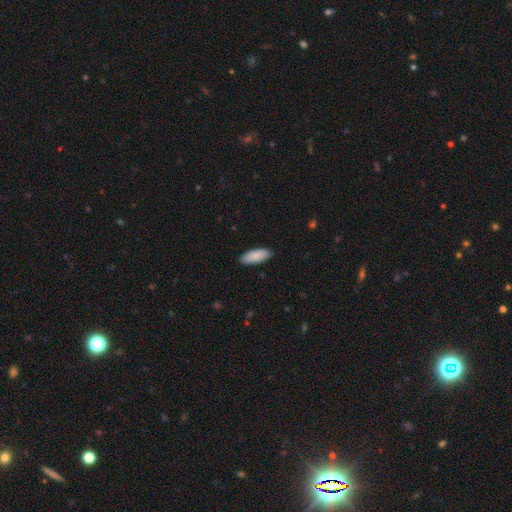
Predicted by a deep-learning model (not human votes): Q: Smooth or featured?
A: smooth (89%); runner-up: star or artifact (6%)
Q: How rounded?
A: in between (79%); runner-up: cigar-shaped (19%)
Q: Merging?
A: none (87%); runner-up: minor disturbance (10%)